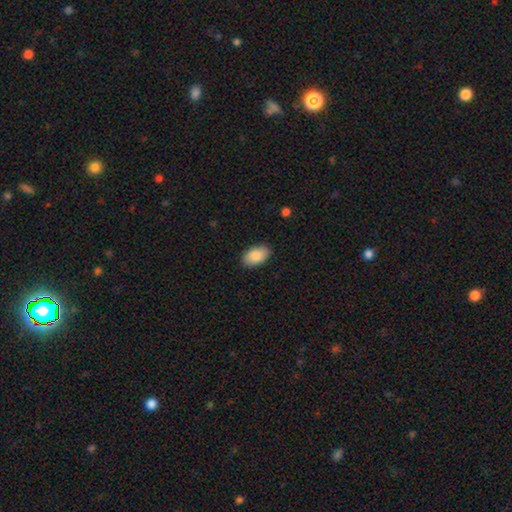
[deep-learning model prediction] Q: Smooth or featured?
A: smooth (87%); runner-up: featured or disk (7%)
Q: How rounded?
A: in between (94%); runner-up: round (5%)
Q: Merging?
A: none (88%); runner-up: minor disturbance (9%)